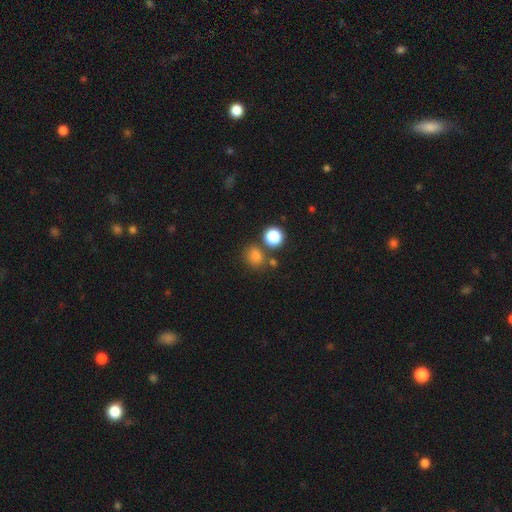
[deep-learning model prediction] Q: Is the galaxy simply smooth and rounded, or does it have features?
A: smooth — 78%.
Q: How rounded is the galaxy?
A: round — 71%.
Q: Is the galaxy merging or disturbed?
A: none — 69%.